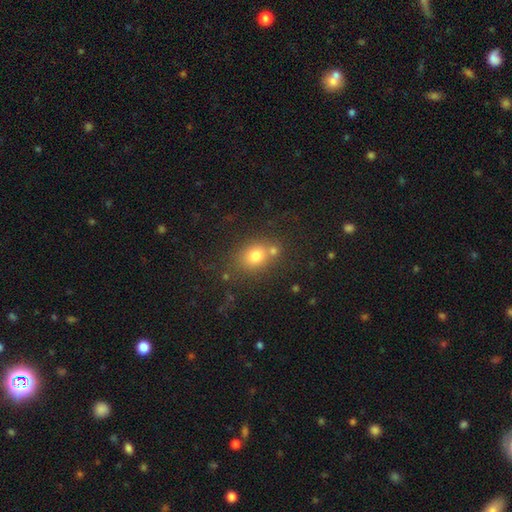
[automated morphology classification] Smooth or featured? Predicted: smooth (p=0.74). How rounded? Predicted: round (p=0.55). Merging? Predicted: none (p=0.60).